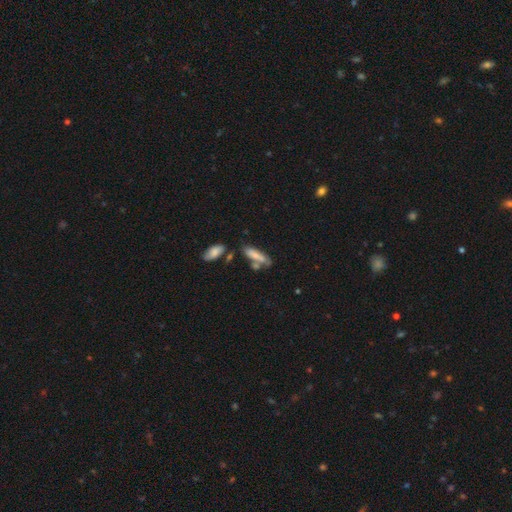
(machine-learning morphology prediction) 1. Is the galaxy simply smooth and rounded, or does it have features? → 66% smooth, 26% featured or disk, 8% star or artifact.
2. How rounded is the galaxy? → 55% cigar-shaped, 43% in between, 2% round.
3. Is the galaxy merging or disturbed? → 48% none, 24% merger, 20% minor disturbance, 7% major disturbance.